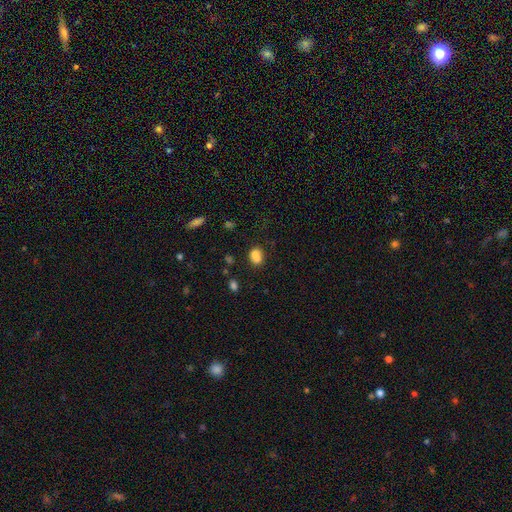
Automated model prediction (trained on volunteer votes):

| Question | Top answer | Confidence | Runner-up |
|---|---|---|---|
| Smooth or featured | smooth | 77% | star or artifact (12%) |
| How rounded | in between | 53% | round (46%) |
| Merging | none | 41% | merger (39%) |